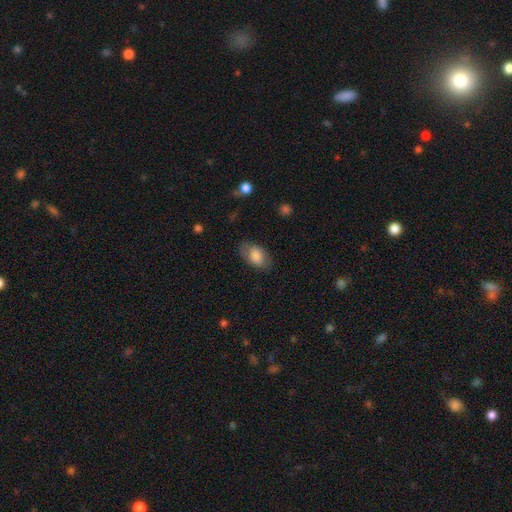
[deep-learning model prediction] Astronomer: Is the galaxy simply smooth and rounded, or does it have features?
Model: smooth — 79%.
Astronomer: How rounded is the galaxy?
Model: in between — 92%.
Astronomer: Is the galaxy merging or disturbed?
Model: none — 76%.